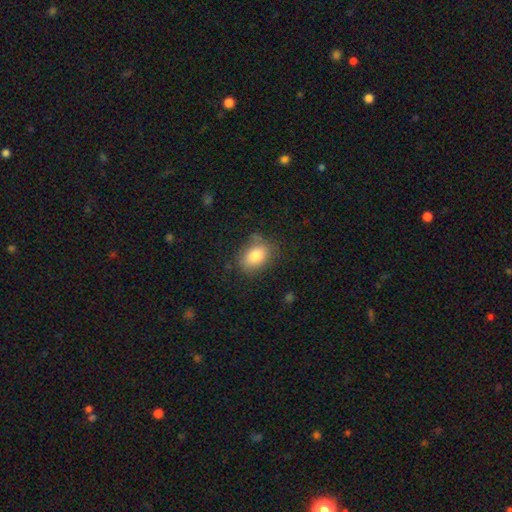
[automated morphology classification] Smooth or featured: smooth — 80% (featured or disk — 11%)
How rounded: in between — 76% (round — 22%)
Merging: none — 72% (minor disturbance — 20%)